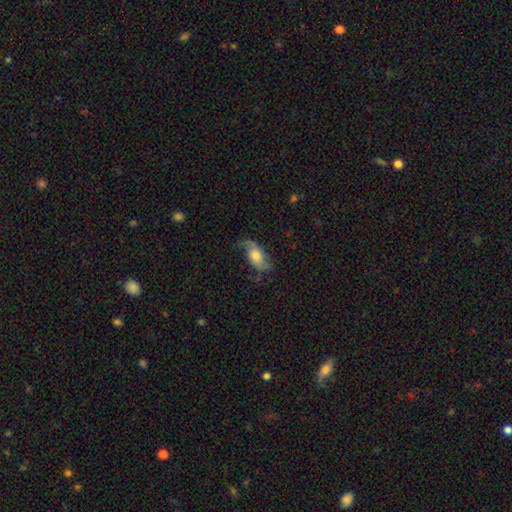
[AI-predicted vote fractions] Morphology: type=featured or disk (54%); edge-on=no (90%); merging=none (60%).